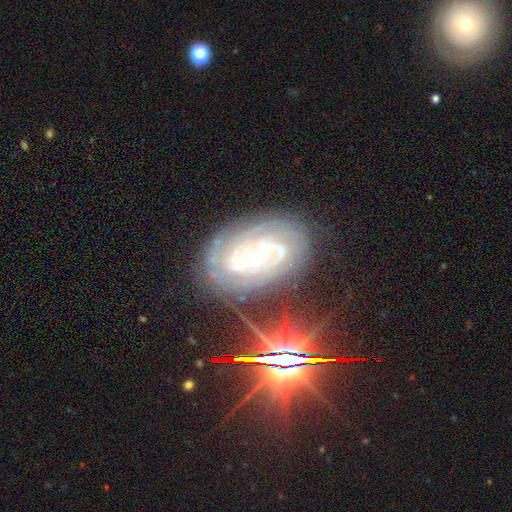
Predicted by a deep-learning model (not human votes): smooth_or_featured: featured or disk (p=0.83) [alt: star or artifact p=0.10]
disk_edge_on: no (p=0.96) [alt: yes p=0.04]
bar: weak (p=0.38) [alt: no p=0.33]
has_spiral_arms: yes (p=0.96) [alt: no p=0.04]
spiral_winding: tight (p=0.68) [alt: medium p=0.26]
spiral_arm_count: 2 (p=0.42) [alt: can't tell p=0.25]
bulge_size: small (p=0.77) [alt: moderate p=0.17]
merging: none (p=0.74) [alt: minor disturbance p=0.17]